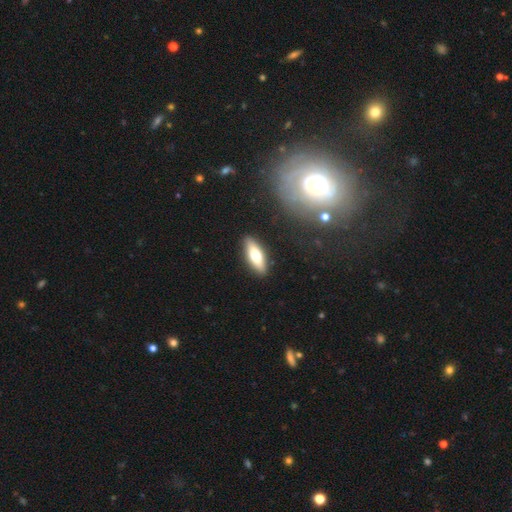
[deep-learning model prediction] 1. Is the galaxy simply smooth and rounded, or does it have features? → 60% smooth, 33% featured or disk, 6% star or artifact.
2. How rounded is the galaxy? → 54% in between, 44% cigar-shaped, 2% round.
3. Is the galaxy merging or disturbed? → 89% none, 8% minor disturbance, 2% major disturbance, 1% merger.